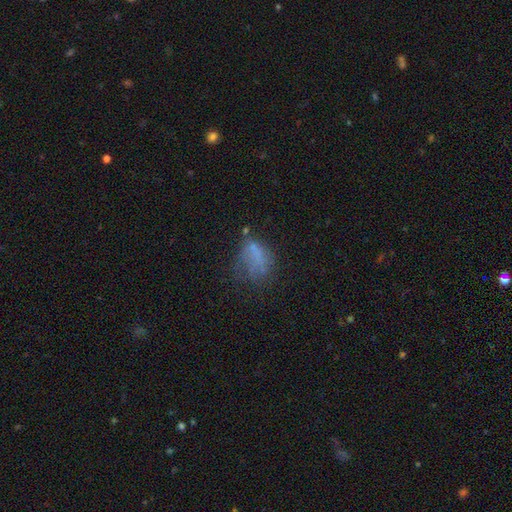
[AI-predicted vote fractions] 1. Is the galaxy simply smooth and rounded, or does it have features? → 50% smooth, 29% featured or disk, 20% star or artifact.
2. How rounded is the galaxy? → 68% in between, 28% round, 4% cigar-shaped.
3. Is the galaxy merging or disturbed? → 37% none, 33% major disturbance, 22% minor disturbance, 8% merger.